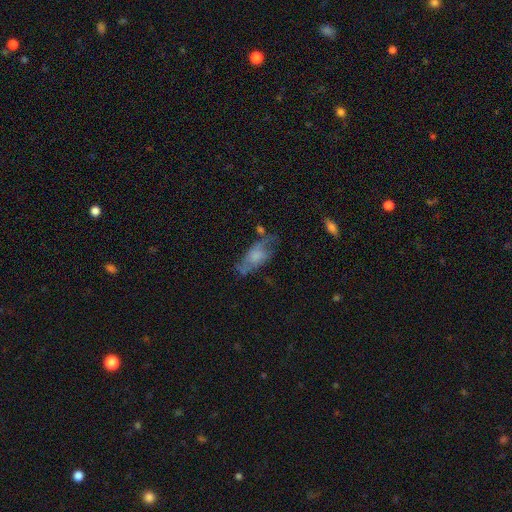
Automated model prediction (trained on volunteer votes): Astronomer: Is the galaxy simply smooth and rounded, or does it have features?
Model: smooth — 46% (runner-up: featured or disk, 44%).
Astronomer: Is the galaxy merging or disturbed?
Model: none — 43% (runner-up: minor disturbance, 28%).